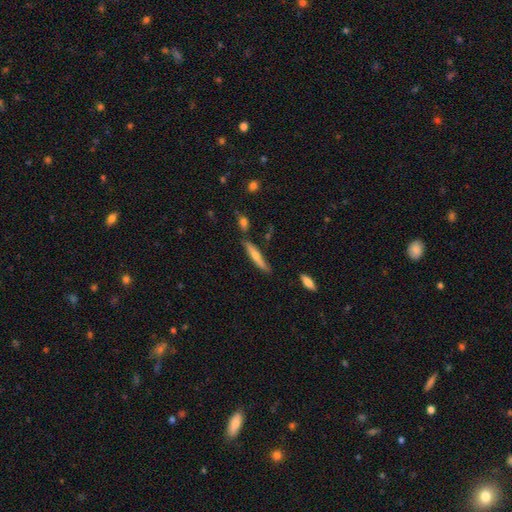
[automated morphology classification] Q: Smooth or featured?
A: smooth (60%); runner-up: featured or disk (34%)
Q: How rounded?
A: cigar-shaped (88%); runner-up: in between (10%)
Q: Merging?
A: none (74%); runner-up: minor disturbance (17%)